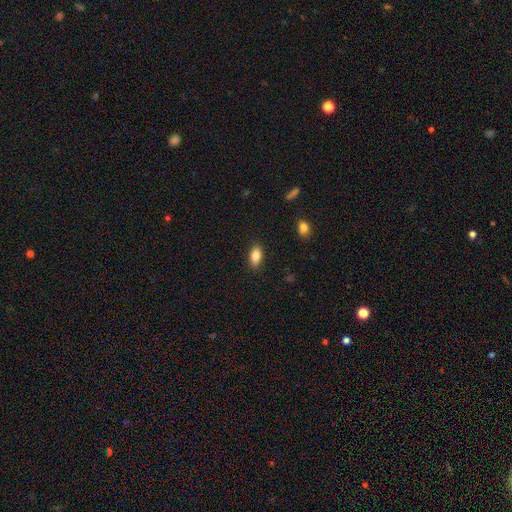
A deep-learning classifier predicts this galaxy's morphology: smooth 84%, featured or disk 8%, star or artifact 8%. Down the decision tree: how rounded — in between (87%); merging — none (88%).